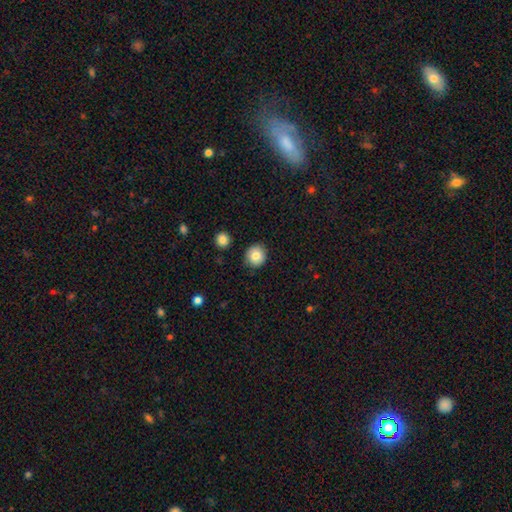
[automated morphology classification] Smooth or featured? Predicted: smooth (p=0.82). How rounded? Predicted: round (p=0.87). Merging? Predicted: none (p=0.86).